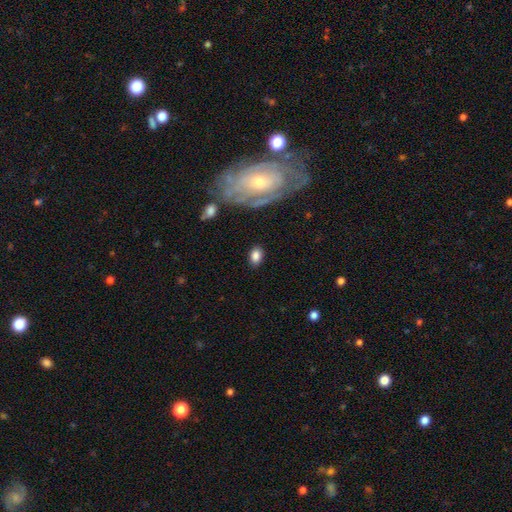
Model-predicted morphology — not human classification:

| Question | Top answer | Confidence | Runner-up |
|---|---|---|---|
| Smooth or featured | smooth | 83% | featured or disk (9%) |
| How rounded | in between | 85% | round (13%) |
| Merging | none | 82% | minor disturbance (11%) |